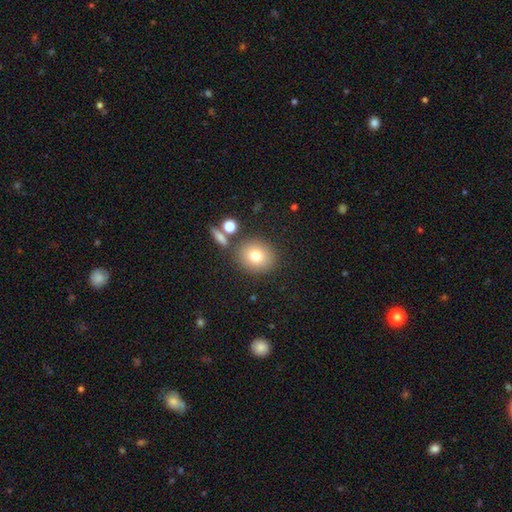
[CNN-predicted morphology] smooth_or_featured: smooth (p=0.76) [alt: star or artifact p=0.12]
how_rounded: round (p=0.76) [alt: in between p=0.23]
merging: none (p=0.79) [alt: minor disturbance p=0.09]